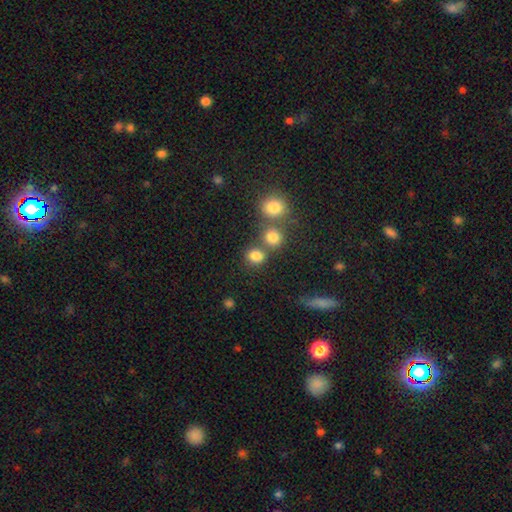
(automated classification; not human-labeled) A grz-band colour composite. It shows a smooth galaxy with no disk features (80%) that is round (71%). Merging: none (62%).